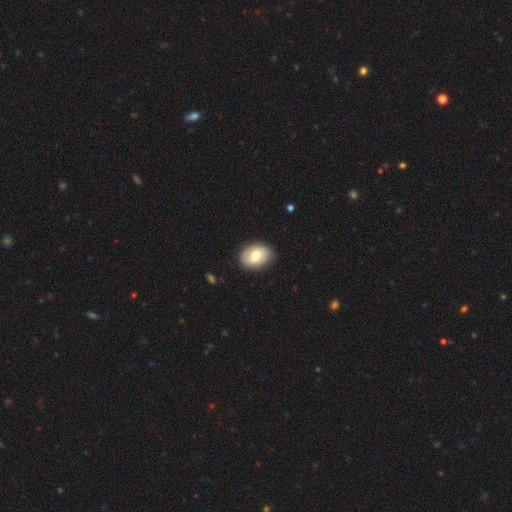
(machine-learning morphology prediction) Overall: smooth (72%). How rounded: in between (73%). Merging: none (83%).